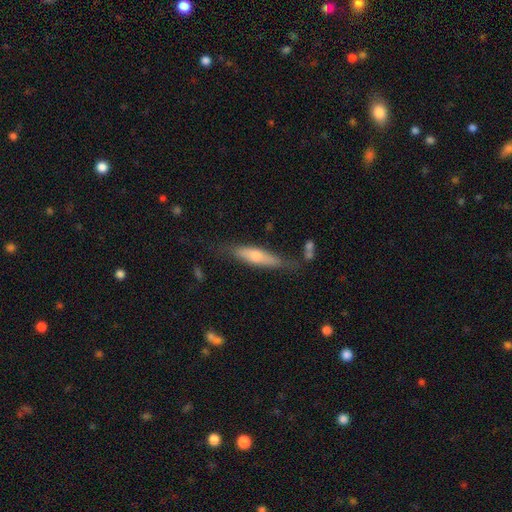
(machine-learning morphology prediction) smooth-or-featured: smooth: 60% | featured or disk: 34% | star or artifact: 6%
  how-rounded: cigar-shaped: 73% | in between: 25% | round: 2%
  merging: none: 69% | minor disturbance: 21% | major disturbance: 7% | merger: 4%